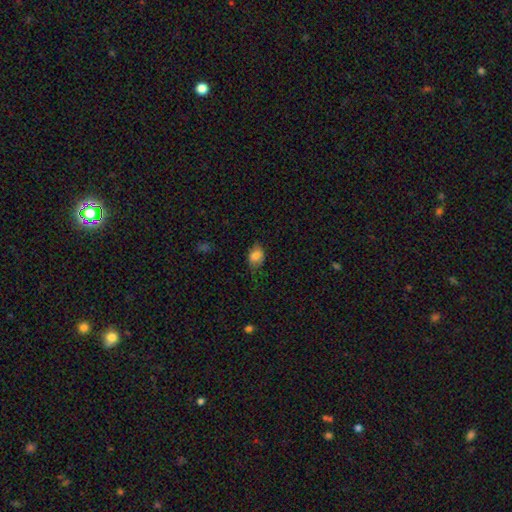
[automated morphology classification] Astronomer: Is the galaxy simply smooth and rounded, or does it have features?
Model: smooth — 81%.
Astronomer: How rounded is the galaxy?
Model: in between — 78%.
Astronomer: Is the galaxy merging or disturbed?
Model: none — 64%.